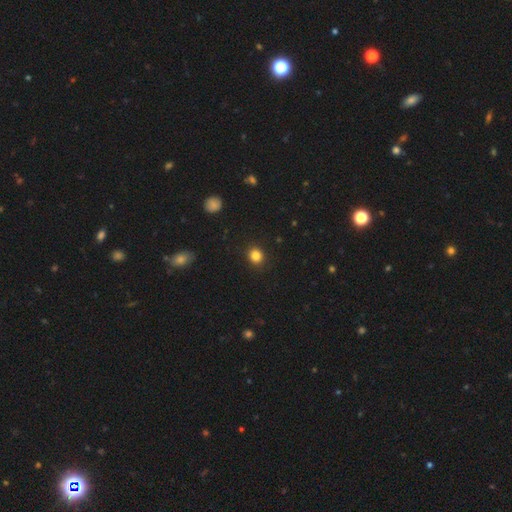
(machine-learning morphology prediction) This appears to be a smooth galaxy with no disk features (84%) that is round (79%). Merging: none (90%).